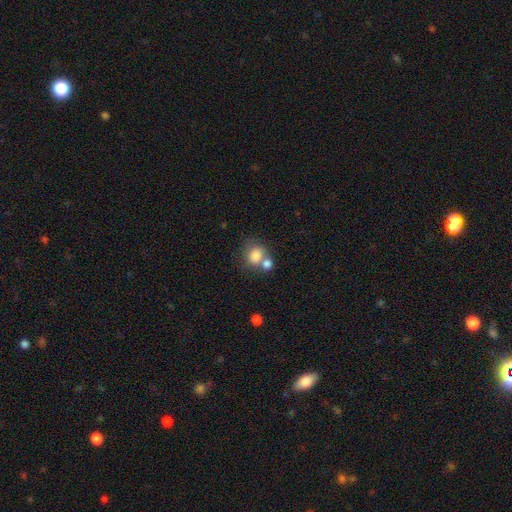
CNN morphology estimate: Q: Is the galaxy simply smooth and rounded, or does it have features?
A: smooth — 80%.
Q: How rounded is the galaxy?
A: round — 62%.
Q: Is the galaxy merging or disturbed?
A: merger — 43%.